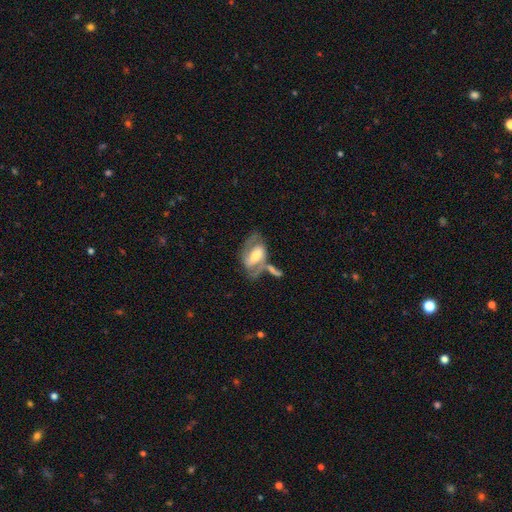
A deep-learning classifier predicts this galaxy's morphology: featured or disk 72%, smooth 22%, star or artifact 6%. Down the decision tree: edge-on disk — no (93%); bar — strong (40%); spiral arms — yes (84%); spiral arm count — 2 (82%); spiral winding — medium (50%); bulge size — moderate (53%); merging — none (44%).